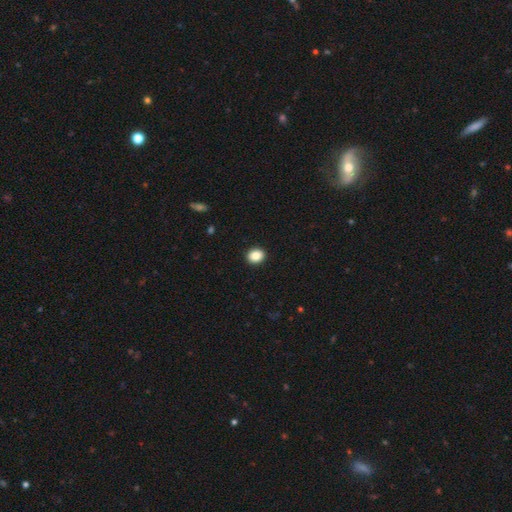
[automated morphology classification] Smooth or featured? Predicted: smooth (p=0.87). How rounded? Predicted: round (p=0.59). Merging? Predicted: none (p=0.92).